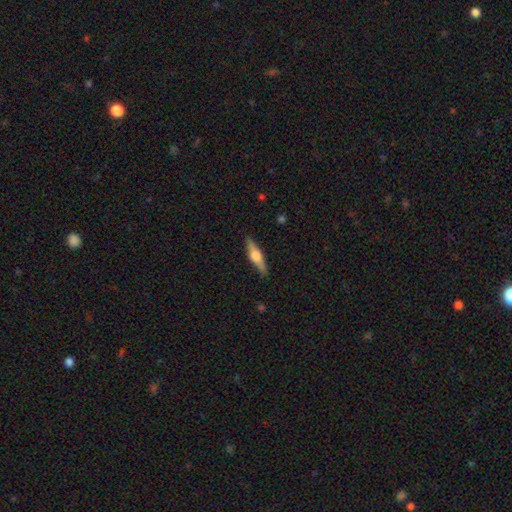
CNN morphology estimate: smooth_or_featured: featured or disk (p=0.61) [alt: smooth p=0.33]
disk_edge_on: yes (p=0.95) [alt: no p=0.05]
edge_on_bulge: rounded (p=0.91) [alt: boxy p=0.07]
merging: none (p=0.87) [alt: minor disturbance p=0.09]